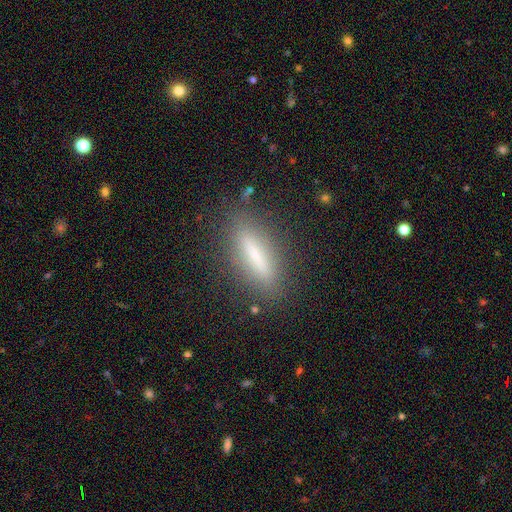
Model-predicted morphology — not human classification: smooth_or_featured: smooth (p=0.61) [alt: featured or disk p=0.29]
how_rounded: cigar-shaped (p=0.77) [alt: in between p=0.21]
merging: none (p=0.85) [alt: minor disturbance p=0.10]